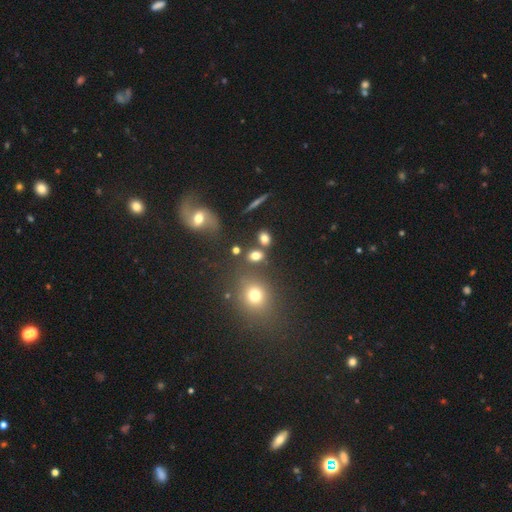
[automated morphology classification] smooth 72%, star or artifact 17%, featured or disk 11%. Down the decision tree: how rounded — in between (64%); merging — none (65%).